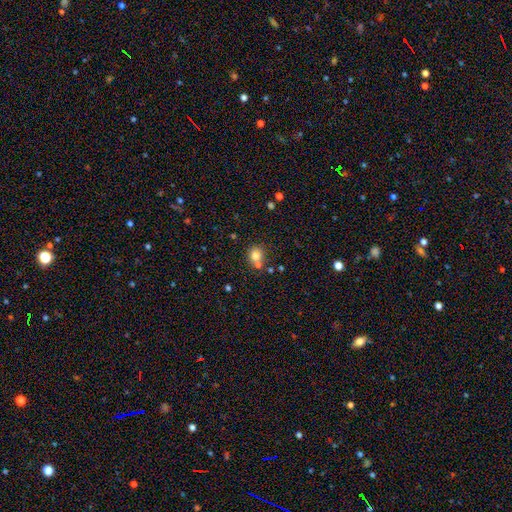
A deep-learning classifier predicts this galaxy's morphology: Smooth or featured? smooth (78%)
How rounded? round (86%)
Merging? none (57%)